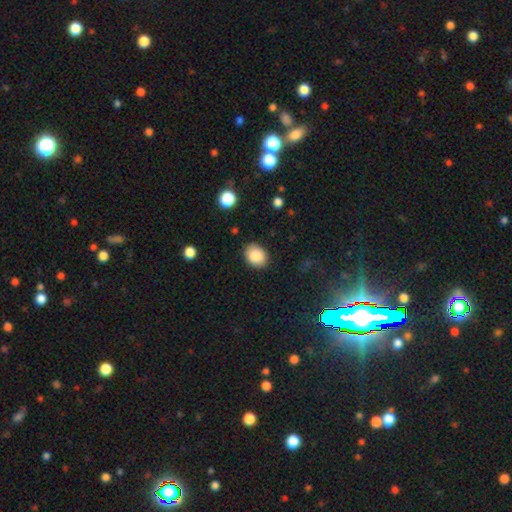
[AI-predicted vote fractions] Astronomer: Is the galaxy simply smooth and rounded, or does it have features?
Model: smooth — 88%.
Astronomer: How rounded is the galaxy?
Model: in between — 61% (runner-up: round, 38%).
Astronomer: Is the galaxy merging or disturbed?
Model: none — 86%.